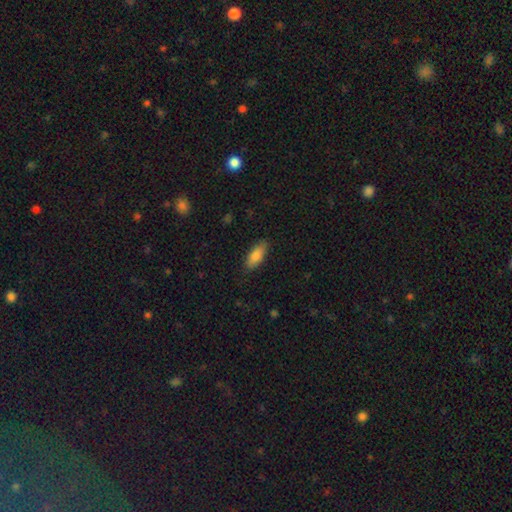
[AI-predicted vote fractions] smooth_or_featured: smooth (p=0.82) [alt: featured or disk p=0.11]
how_rounded: in between (p=0.76) [alt: cigar-shaped p=0.22]
merging: none (p=0.84) [alt: minor disturbance p=0.12]